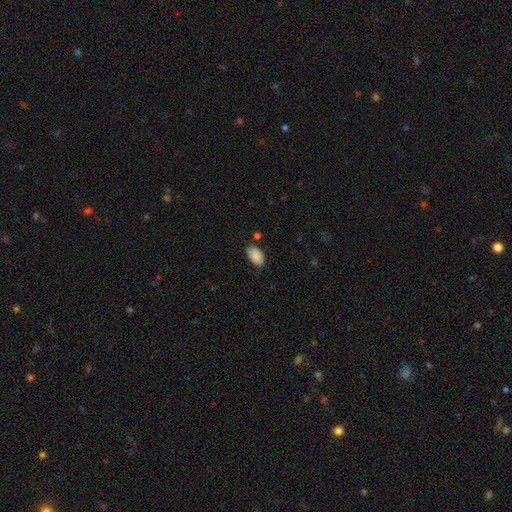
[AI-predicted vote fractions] A smooth galaxy with no disk features (89%) that is in between round and cigar-shaped (94%).

Vote fractions:
- Smooth or featured? smooth: 89% / star or artifact: 7% / featured or disk: 4%
- How rounded? in between: 94% / round: 4% / cigar-shaped: 2%
- Merging? none: 73% / minor disturbance: 19% / merger: 4% / major disturbance: 4%